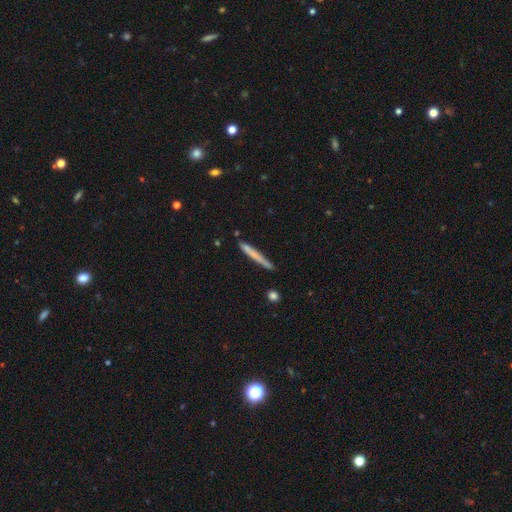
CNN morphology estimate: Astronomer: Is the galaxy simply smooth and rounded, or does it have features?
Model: smooth — 67%.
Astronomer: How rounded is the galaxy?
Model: cigar-shaped — 97%.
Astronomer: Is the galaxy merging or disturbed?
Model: none — 82%.